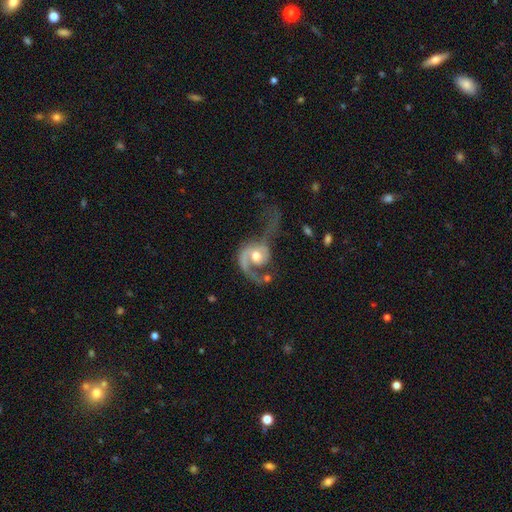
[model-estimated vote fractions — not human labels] Q: Smooth or featured?
A: featured or disk (81%); runner-up: smooth (14%)
Q: Edge-on disk?
A: no (98%); runner-up: yes (2%)
Q: Bar?
A: no (73%); runner-up: weak (22%)
Q: Spiral arms?
A: yes (92%); runner-up: no (8%)
Q: Spiral winding?
A: loose (48%); runner-up: medium (36%)
Q: Spiral arm count?
A: 1 (57%); runner-up: 2 (37%)
Q: Bulge size?
A: moderate (66%); runner-up: large (19%)
Q: Merging?
A: major disturbance (49%); runner-up: none (28%)